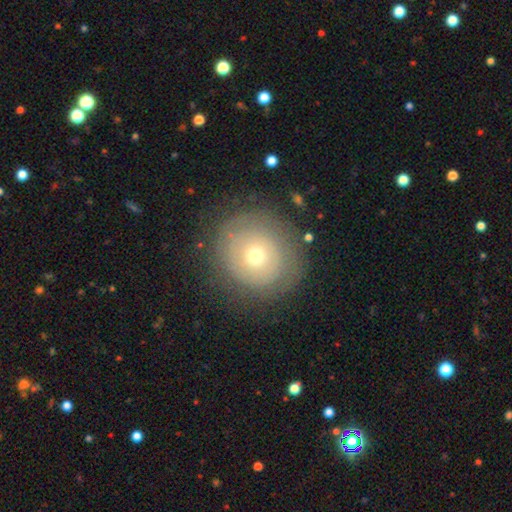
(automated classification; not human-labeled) Smooth or featured?
  - smooth: 54% *
  - featured or disk: 35%
  - star or artifact: 11%
How rounded?
  - round: 86% *
  - in between: 13%
  - cigar-shaped: 1%
Merging?
  - none: 78% *
  - minor disturbance: 14%
  - major disturbance: 7%
  - merger: 1%